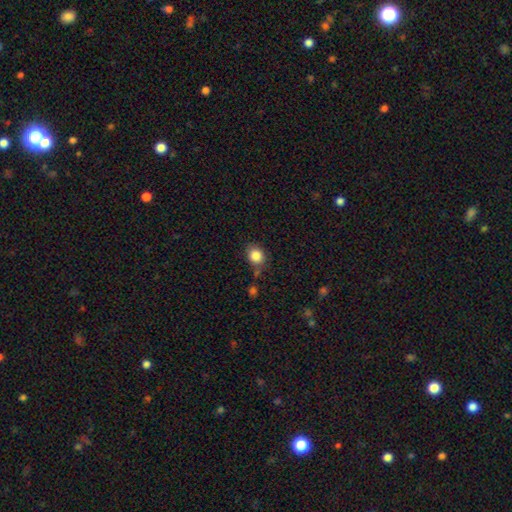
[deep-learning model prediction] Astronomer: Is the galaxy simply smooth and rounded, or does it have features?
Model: smooth — 85%.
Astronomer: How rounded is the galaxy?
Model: round — 67%.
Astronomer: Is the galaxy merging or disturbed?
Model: none — 72%.